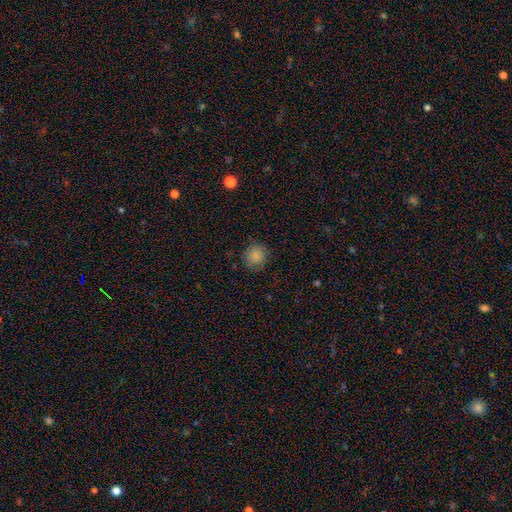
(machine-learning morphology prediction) Smooth or featured? smooth (85%)
How rounded? round (88%)
Merging? none (81%)